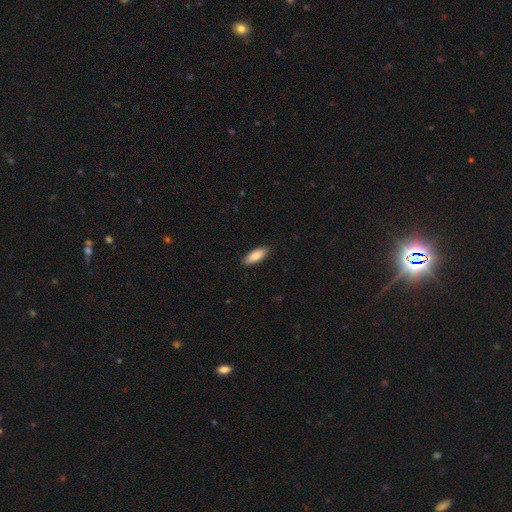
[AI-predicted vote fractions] smooth-or-featured: smooth: 87% | featured or disk: 8% | star or artifact: 6%
  how-rounded: in between: 74% | cigar-shaped: 24% | round: 2%
  merging: none: 89% | minor disturbance: 8% | major disturbance: 2% | merger: 1%